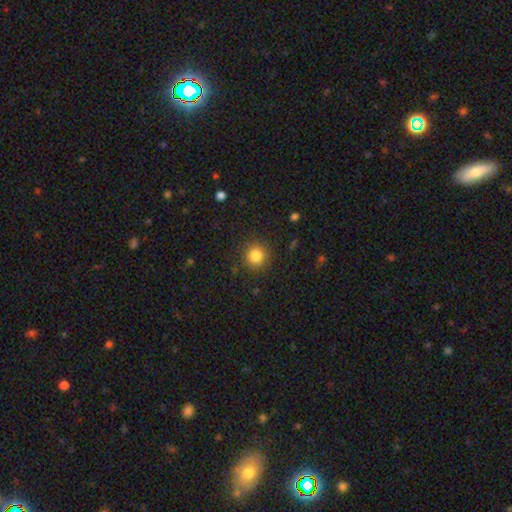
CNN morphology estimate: smooth-or-featured: smooth: 84% | star or artifact: 11% | featured or disk: 5%
  how-rounded: round: 92% | in between: 7% | cigar-shaped: 1%
  merging: none: 88% | minor disturbance: 8% | major disturbance: 3% | merger: 1%